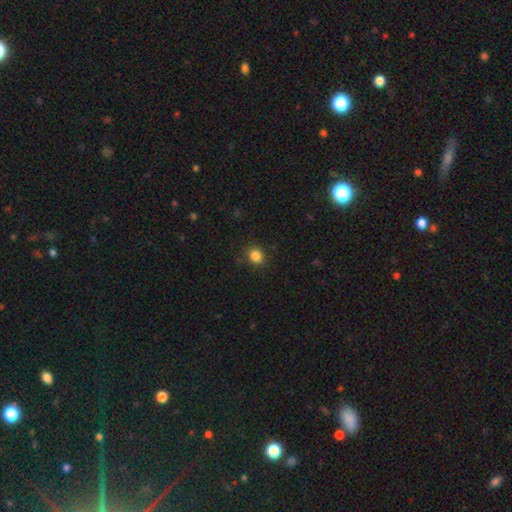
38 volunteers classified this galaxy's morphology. Q: Smooth or featured?
A: smooth (95%); runner-up: star or artifact (5%)
Q: How rounded?
A: round (81%); runner-up: in between (19%)
Q: Merging?
A: none (92%); runner-up: major disturbance (8%)